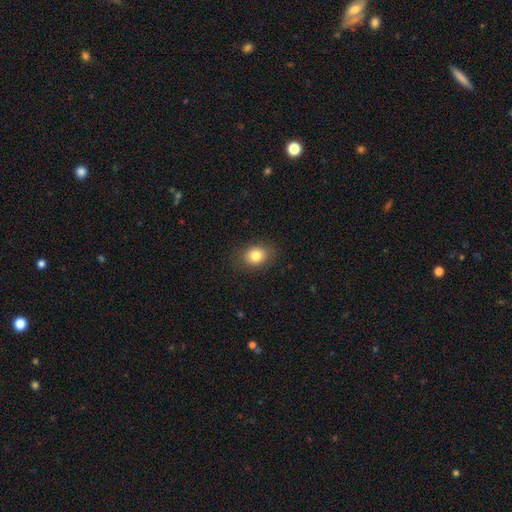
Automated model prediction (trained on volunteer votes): Smooth or featured? smooth (82%)
How rounded? in between (54%)
Merging? none (87%)